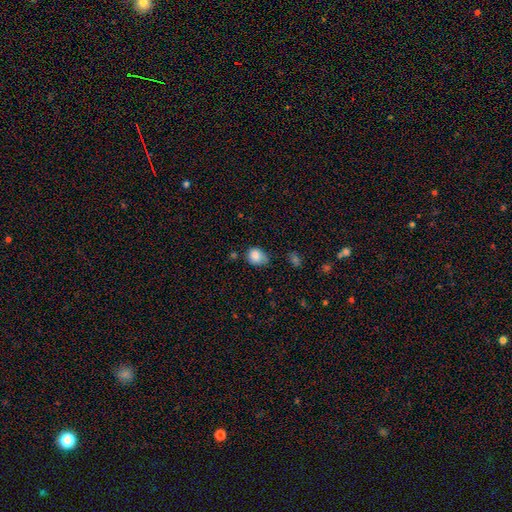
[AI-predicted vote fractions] This appears to be a smooth galaxy with no disk features (84%) that is round (50%). Merging: none (46%).